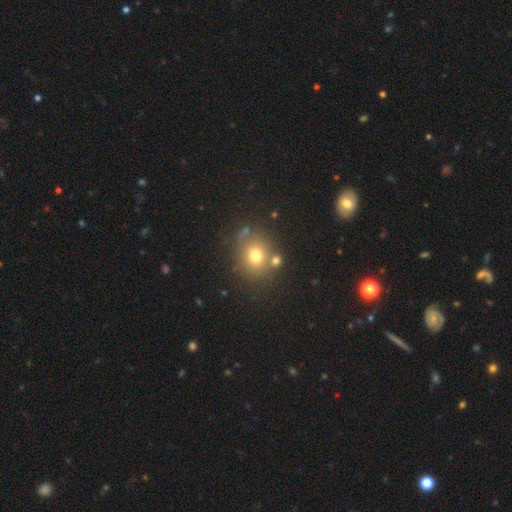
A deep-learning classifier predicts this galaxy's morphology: Smooth or featured? Predicted: smooth (p=0.70). How rounded? Predicted: round (p=0.69). Merging? Predicted: none (p=0.67).